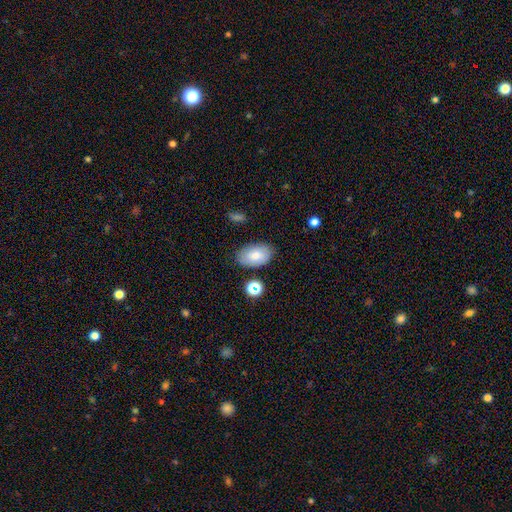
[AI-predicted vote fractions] Smooth or featured? smooth (78%)
How rounded? in between (92%)
Merging? none (80%)